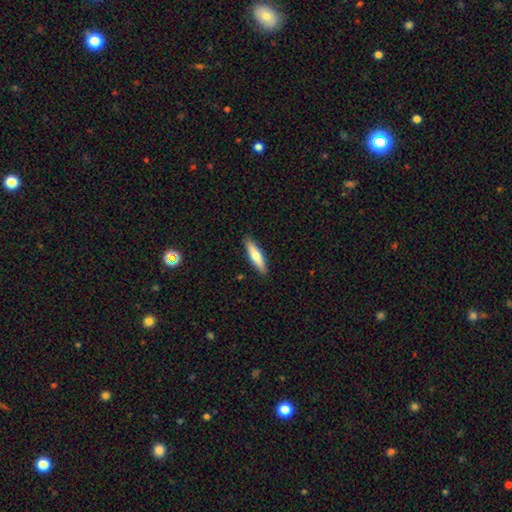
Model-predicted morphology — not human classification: smooth-or-featured: smooth: 66% | featured or disk: 28% | star or artifact: 5%
  how-rounded: cigar-shaped: 76% | in between: 23% | round: 2%
  merging: none: 90% | minor disturbance: 8% | major disturbance: 1% | merger: 1%